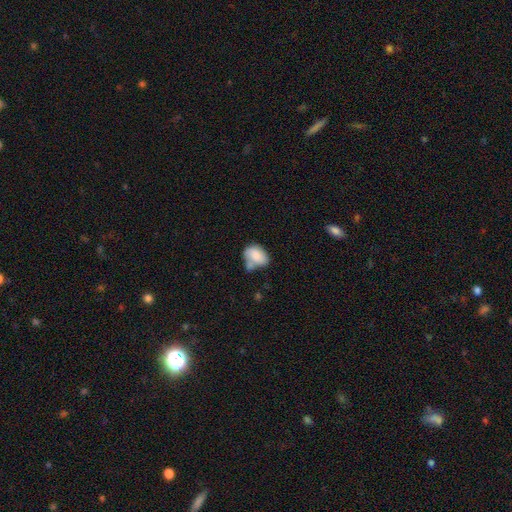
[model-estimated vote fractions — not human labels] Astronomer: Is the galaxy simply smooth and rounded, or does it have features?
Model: smooth — 77%.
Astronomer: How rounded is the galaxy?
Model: in between — 76%.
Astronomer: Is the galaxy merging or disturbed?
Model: none — 32% (runner-up: merger, 31%).